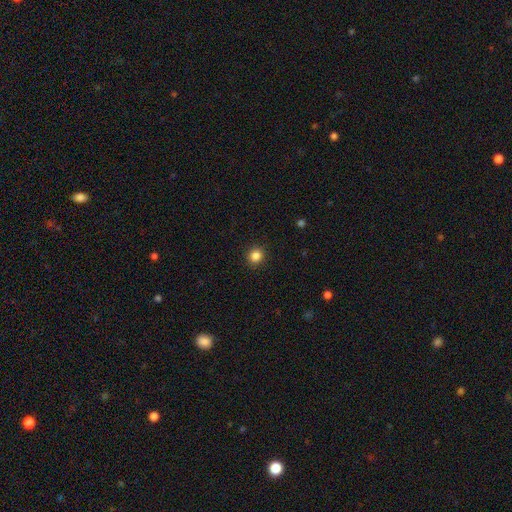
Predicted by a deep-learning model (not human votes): Q: Smooth or featured?
A: smooth (85%); runner-up: star or artifact (11%)
Q: How rounded?
A: round (87%); runner-up: in between (12%)
Q: Merging?
A: none (91%); runner-up: minor disturbance (6%)